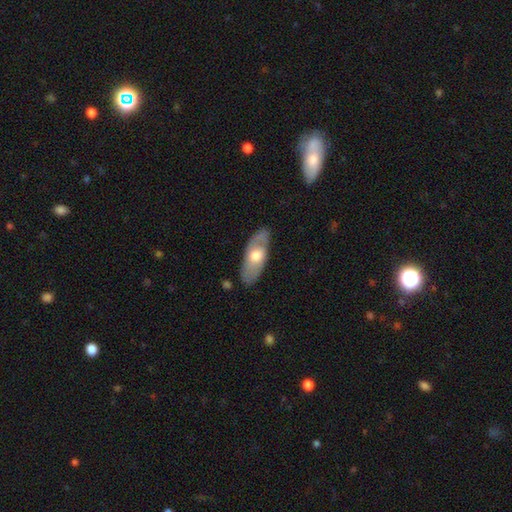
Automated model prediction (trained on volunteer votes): Overall: smooth (50%; featured or disk 45%). How rounded: in between (79%). Merging: none (80%).